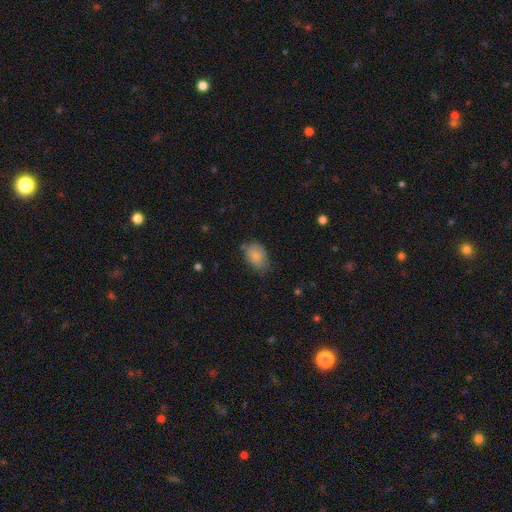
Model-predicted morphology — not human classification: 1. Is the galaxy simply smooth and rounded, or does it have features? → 83% smooth, 9% featured or disk, 8% star or artifact.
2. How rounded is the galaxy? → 83% in between, 16% round, 1% cigar-shaped.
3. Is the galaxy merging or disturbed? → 58% none, 32% minor disturbance, 7% major disturbance, 2% merger.